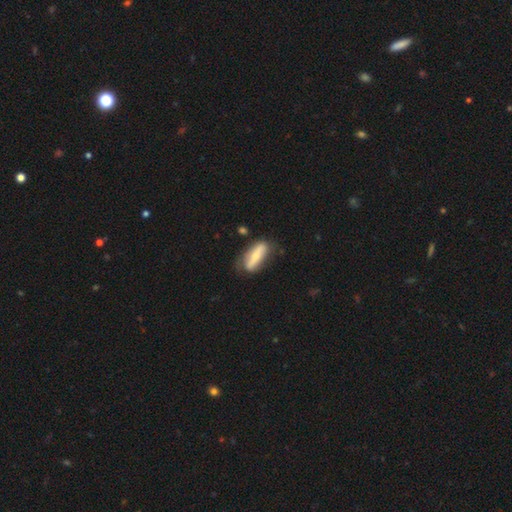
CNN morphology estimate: Smooth or featured? Predicted: smooth (p=0.55). How rounded? Predicted: in between (p=0.55). Merging? Predicted: none (p=0.63).